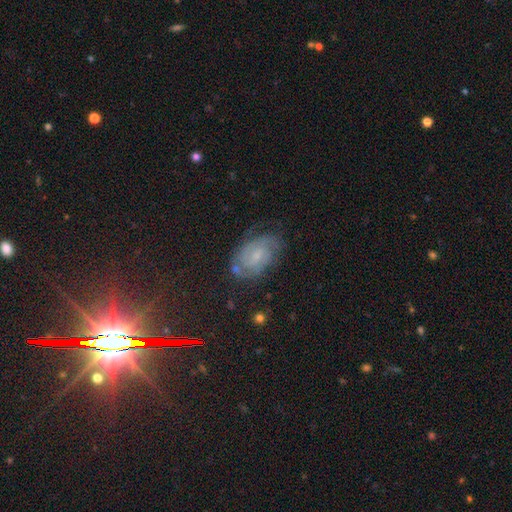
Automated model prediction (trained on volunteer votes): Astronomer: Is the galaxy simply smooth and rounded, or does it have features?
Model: featured or disk — 69%.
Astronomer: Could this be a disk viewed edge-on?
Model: no — 97%.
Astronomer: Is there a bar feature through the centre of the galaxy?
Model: no — 52% (runner-up: weak, 41%).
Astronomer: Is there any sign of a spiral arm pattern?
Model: yes — 92%.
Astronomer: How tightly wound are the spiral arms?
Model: tight — 56% (runner-up: medium, 34%).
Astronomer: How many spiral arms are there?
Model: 2 — 50% (runner-up: can't tell, 28%).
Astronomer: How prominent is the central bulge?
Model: small — 56%.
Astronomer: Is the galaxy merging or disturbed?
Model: none — 69%.